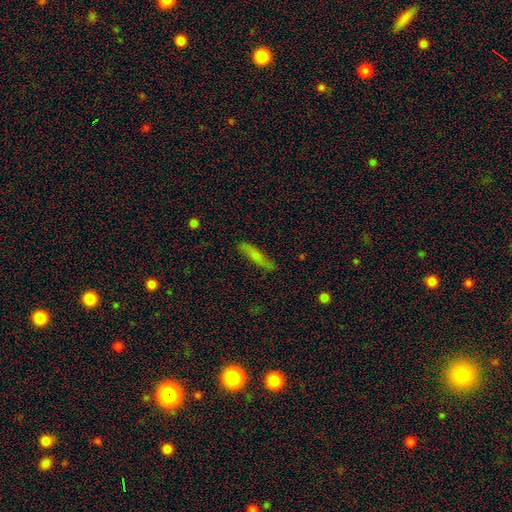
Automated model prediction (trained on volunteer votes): smooth_or_featured: smooth (p=0.67) [alt: featured or disk p=0.26]
how_rounded: cigar-shaped (p=0.83) [alt: in between p=0.15]
merging: none (p=0.81) [alt: minor disturbance p=0.15]